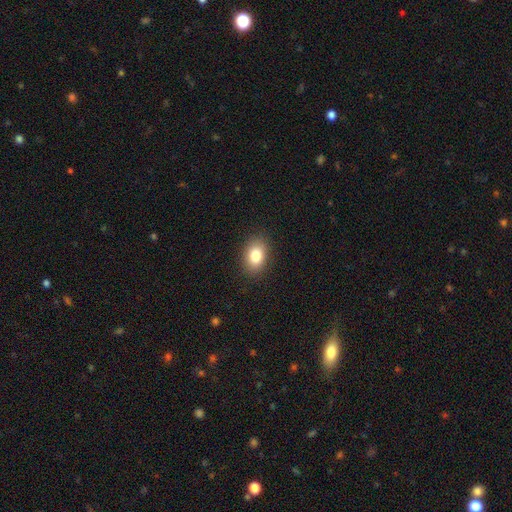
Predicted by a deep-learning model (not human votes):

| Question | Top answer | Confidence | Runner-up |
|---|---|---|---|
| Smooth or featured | smooth | 83% | star or artifact (9%) |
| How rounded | in between | 80% | round (19%) |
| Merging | none | 88% | minor disturbance (9%) |